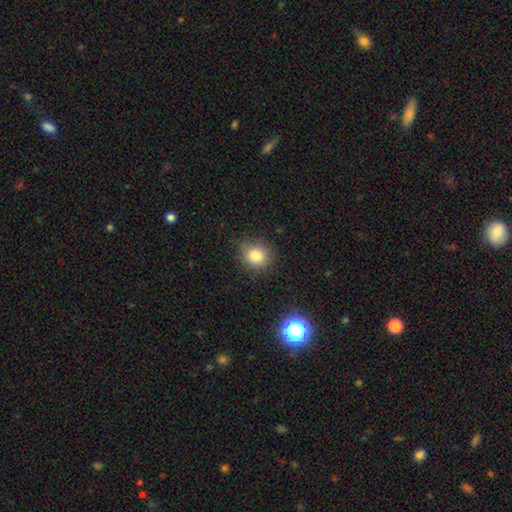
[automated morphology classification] smooth 81%, star or artifact 12%, featured or disk 7%. Down the decision tree: how rounded — round (81%); merging — none (82%).